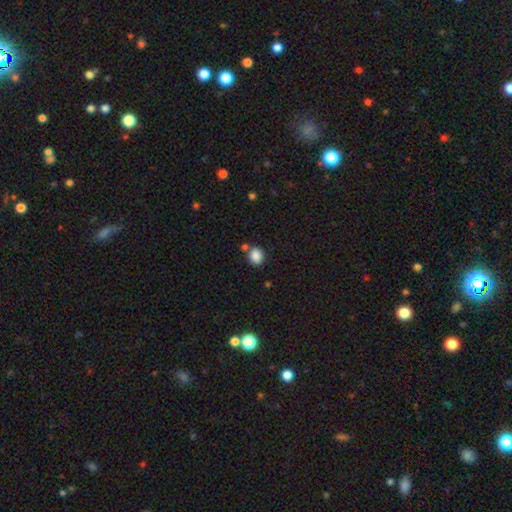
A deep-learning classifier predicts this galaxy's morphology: smooth_or_featured: smooth (p=0.87) [alt: star or artifact p=0.09]
how_rounded: round (p=0.51) [alt: in between p=0.48]
merging: none (p=0.71) [alt: merger p=0.14]